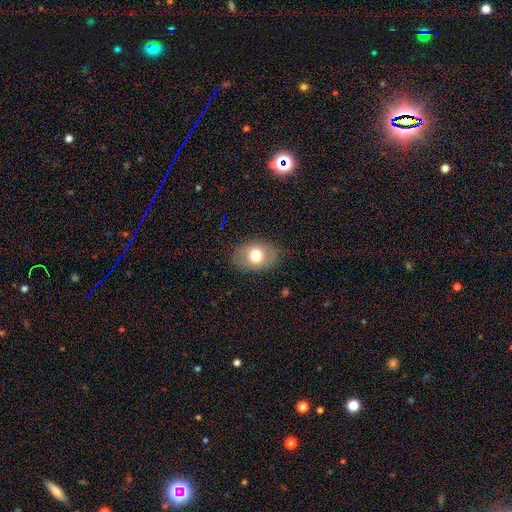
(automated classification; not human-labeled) Smooth or featured? Predicted: smooth (p=0.72). How rounded? Predicted: in between (p=0.74). Merging? Predicted: none (p=0.82).